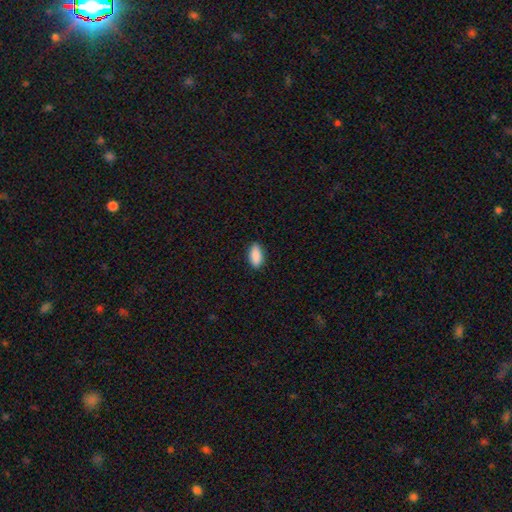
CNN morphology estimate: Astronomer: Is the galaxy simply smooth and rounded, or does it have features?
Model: smooth — 90%.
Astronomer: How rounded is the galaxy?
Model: in between — 90%.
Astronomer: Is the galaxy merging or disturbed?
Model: none — 88%.